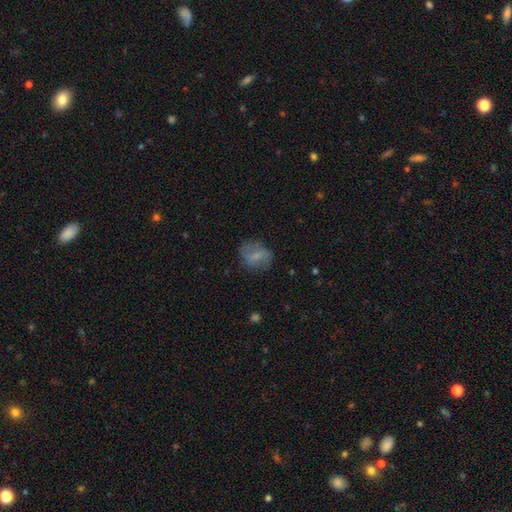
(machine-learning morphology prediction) Overall: smooth (54%; featured or disk 37%). How rounded: round (50%; in between 48%). Merging: none (68%).